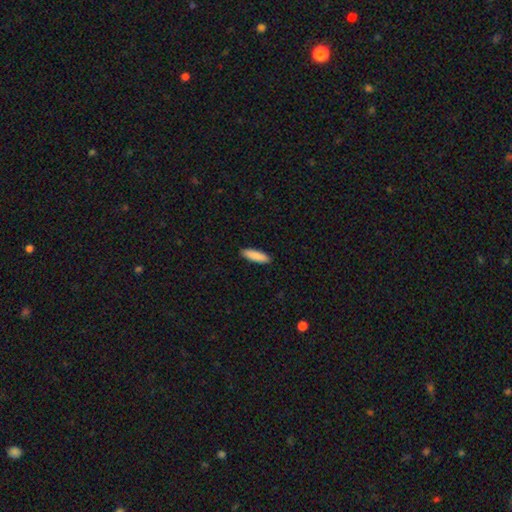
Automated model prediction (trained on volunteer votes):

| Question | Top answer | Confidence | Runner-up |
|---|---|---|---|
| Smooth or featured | smooth | 90% | star or artifact (5%) |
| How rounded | cigar-shaped | 59% | in between (40%) |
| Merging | none | 91% | minor disturbance (7%) |